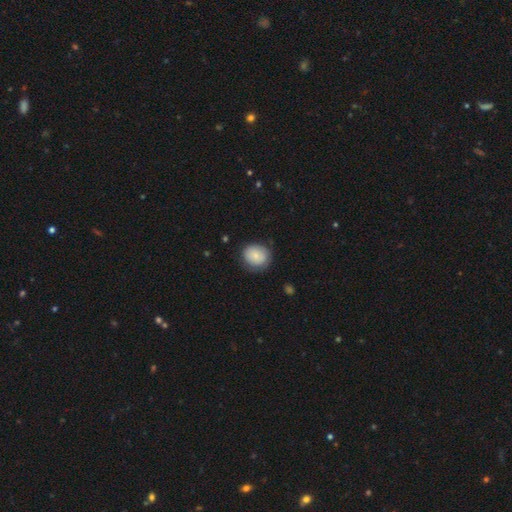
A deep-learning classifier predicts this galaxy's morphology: Smooth or featured? smooth (82%)
How rounded? round (73%)
Merging? none (80%)